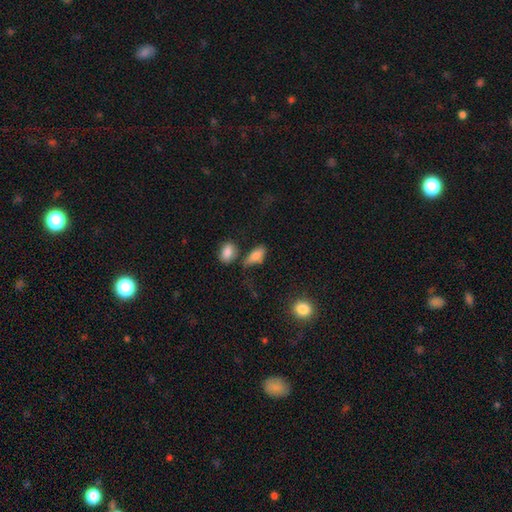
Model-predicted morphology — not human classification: Smooth or featured?
  - smooth: 80% *
  - featured or disk: 11%
  - star or artifact: 9%
How rounded?
  - in between: 84% *
  - cigar-shaped: 10%
  - round: 5%
Merging?
  - none: 47% *
  - minor disturbance: 24%
  - merger: 17%
  - major disturbance: 12%